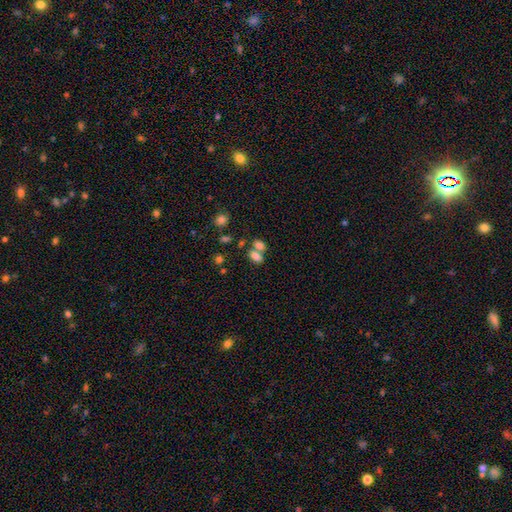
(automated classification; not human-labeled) A smooth galaxy with no disk features (78%) that is in between round and cigar-shaped (86%). Merging: merger (48%).